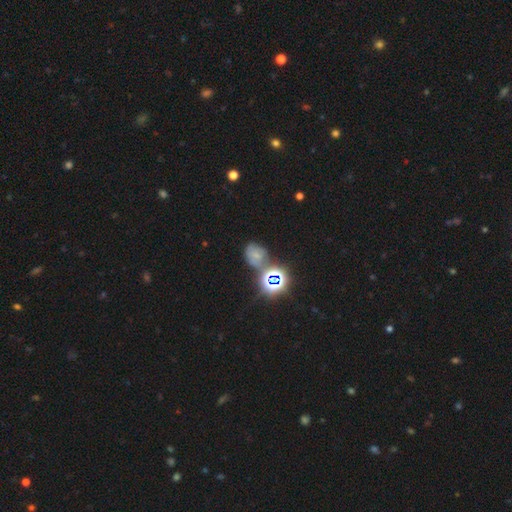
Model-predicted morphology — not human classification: star or artifact 40%, smooth 37%, featured or disk 23%.